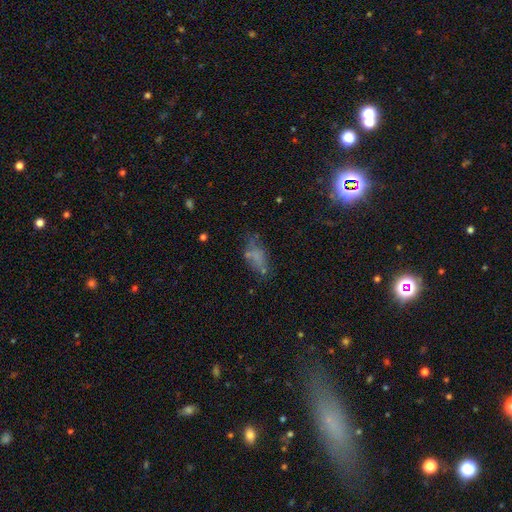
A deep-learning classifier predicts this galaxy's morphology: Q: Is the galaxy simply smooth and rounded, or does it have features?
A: smooth — 55%.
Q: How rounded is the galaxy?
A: in between — 85%.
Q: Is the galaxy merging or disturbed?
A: none — 44%.